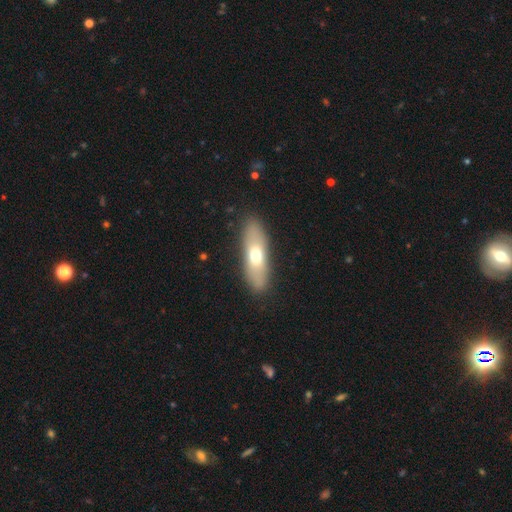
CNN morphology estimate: This appears to be a smooth galaxy with no disk features (62%) that is in between round and cigar-shaped (52%). Merging: none (86%).